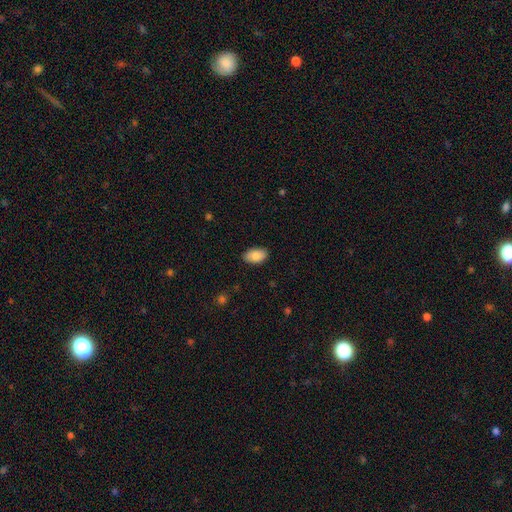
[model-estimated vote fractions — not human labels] Smooth or featured: smooth — 86% (featured or disk — 8%)
How rounded: in between — 94% (round — 5%)
Merging: none — 87% (minor disturbance — 10%)